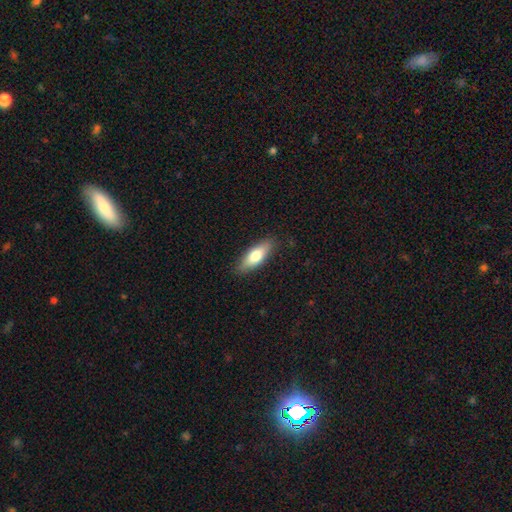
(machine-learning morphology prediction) Overall: smooth (73%). How rounded: in between (63%; cigar-shaped 35%). Merging: none (86%).